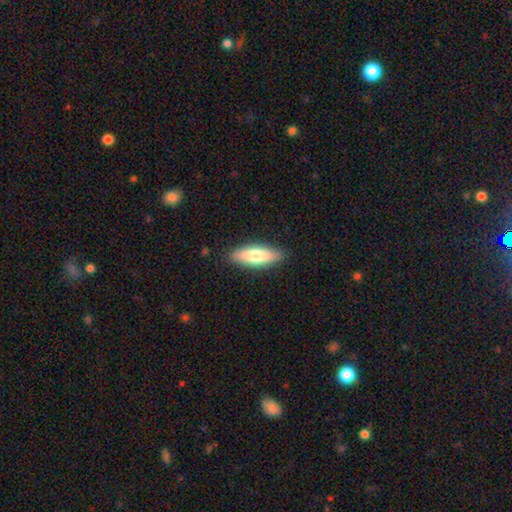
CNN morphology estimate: This is likely a smooth galaxy (71%). How rounded: possibly in between (53%). Merging: clearly none (87%).